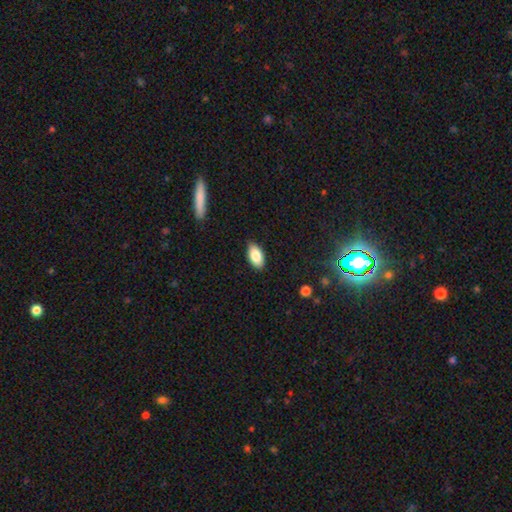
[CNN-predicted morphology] Q: Smooth or featured?
A: smooth (86%); runner-up: featured or disk (7%)
Q: How rounded?
A: in between (93%); runner-up: cigar-shaped (4%)
Q: Merging?
A: none (87%); runner-up: minor disturbance (10%)